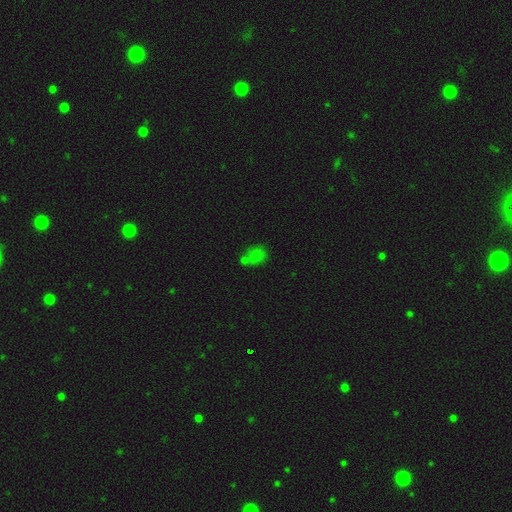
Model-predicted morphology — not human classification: type=smooth (68%); roundness=round (57%); merging=none (51%).